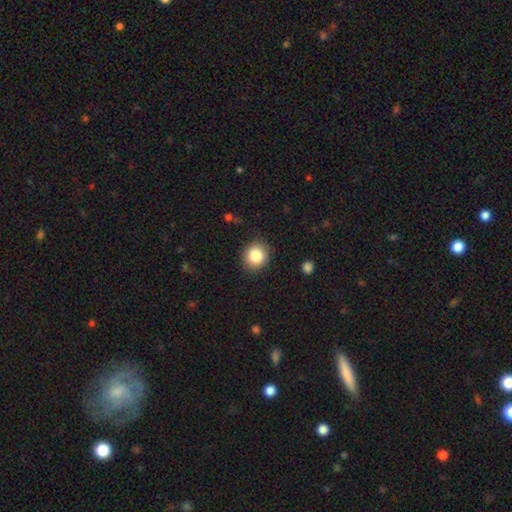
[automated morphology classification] Q: Smooth or featured?
A: smooth (83%); runner-up: star or artifact (10%)
Q: How rounded?
A: round (81%); runner-up: in between (18%)
Q: Merging?
A: none (88%); runner-up: minor disturbance (8%)